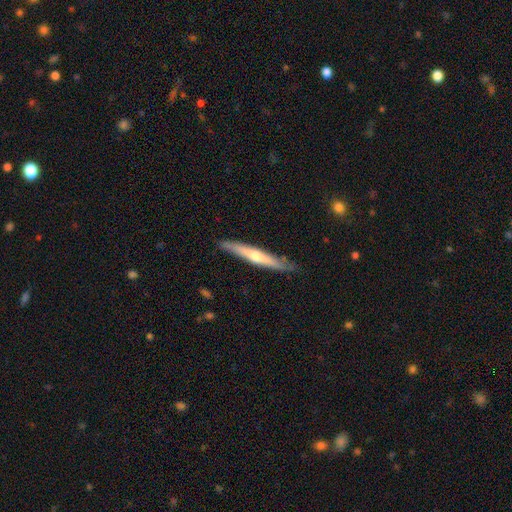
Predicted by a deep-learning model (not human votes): A featured or disk galaxy (54%) viewed edge-on (94%) with a rounded central bulge (75%).

Vote fractions:
- Smooth or featured? featured or disk: 54% / smooth: 41% / star or artifact: 5%
- Edge-on disk? yes: 94% / no: 6%
- Edge-on bulge? rounded: 75% / none: 21% / boxy: 4%
- Merging? none: 85% / minor disturbance: 12% / major disturbance: 2% / merger: 1%